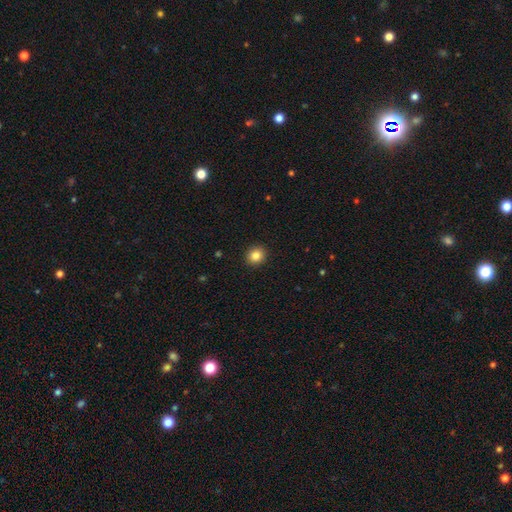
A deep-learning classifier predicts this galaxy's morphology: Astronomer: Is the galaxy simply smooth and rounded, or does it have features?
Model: smooth — 84%.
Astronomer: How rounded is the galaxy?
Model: round — 82%.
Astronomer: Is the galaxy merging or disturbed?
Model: none — 92%.